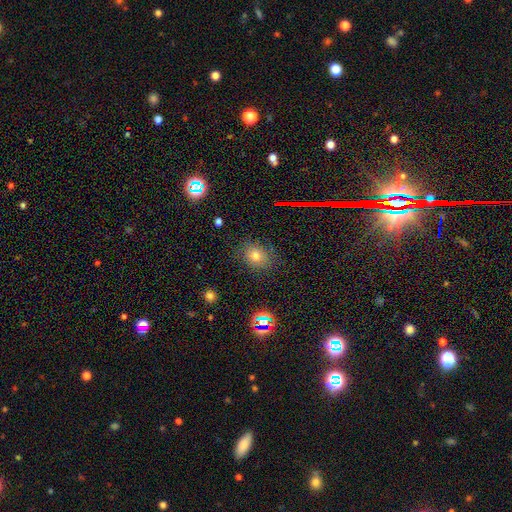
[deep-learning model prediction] smooth-or-featured: smooth: 69% | star or artifact: 20% | featured or disk: 10%
  how-rounded: in between: 52% | round: 46% | cigar-shaped: 1%
  merging: none: 81% | minor disturbance: 13% | major disturbance: 4% | merger: 2%